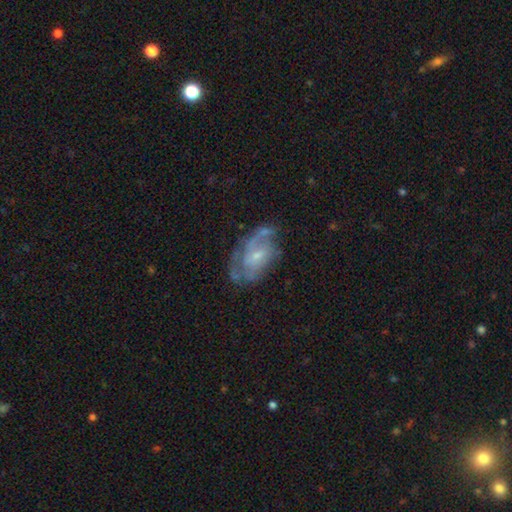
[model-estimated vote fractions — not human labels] This is likely a featured or disk galaxy (75%). It is clearly not viewed edge-on (96%). Bar: possibly no (53%). Spiral arm pattern: clearly yes (81%). Spiral arm count: marginally 2 (41%). Spiral winding: marginally medium (43%). Central bulge: likely small (63%). Merging: possibly none (51%).